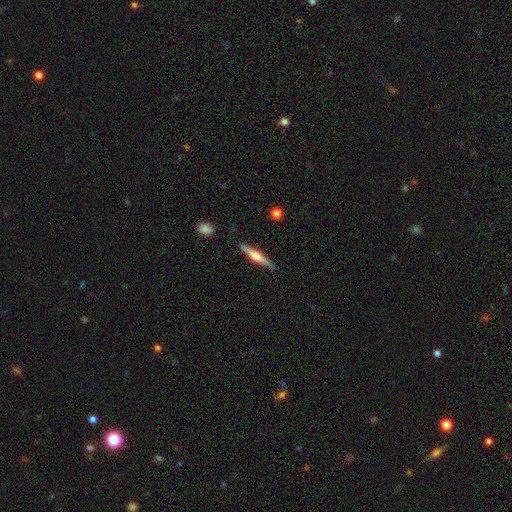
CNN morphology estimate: smooth_or_featured: featured or disk (p=0.70) [alt: smooth p=0.25]
disk_edge_on: yes (p=0.98) [alt: no p=0.02]
edge_on_bulge: rounded (p=0.88) [alt: boxy p=0.08]
merging: none (p=0.89) [alt: minor disturbance p=0.08]